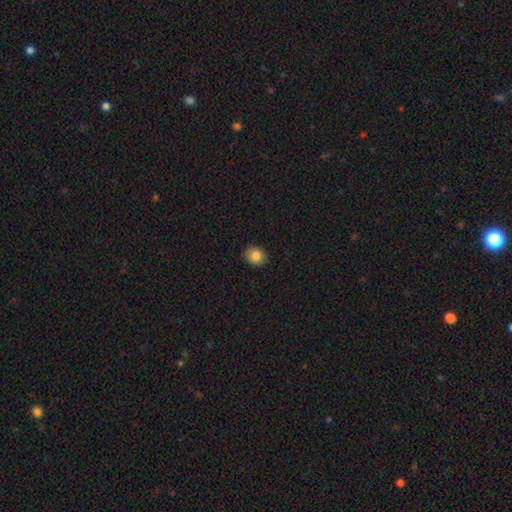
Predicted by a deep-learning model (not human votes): smooth-or-featured: smooth: 84% | star or artifact: 9% | featured or disk: 6%
  how-rounded: round: 66% | in between: 33% | cigar-shaped: 1%
  merging: none: 89% | minor disturbance: 8% | major disturbance: 2% | merger: 1%